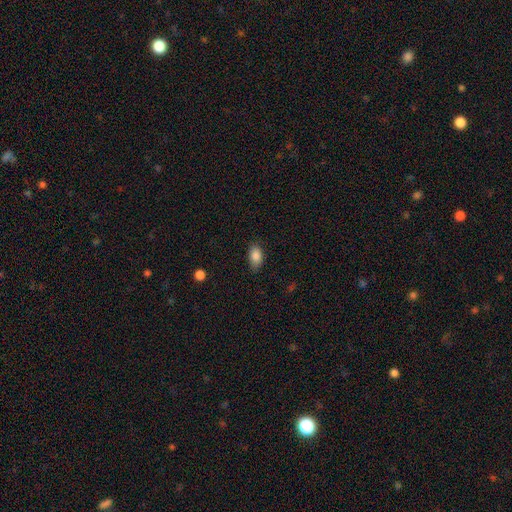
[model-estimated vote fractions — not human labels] This is clearly a smooth galaxy (87%). How rounded: clearly in between (90%). Merging: likely none (79%).